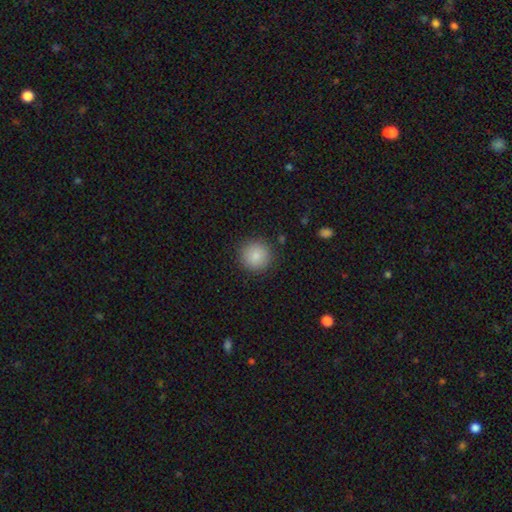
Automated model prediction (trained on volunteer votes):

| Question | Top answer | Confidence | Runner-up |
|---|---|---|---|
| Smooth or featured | smooth | 87% | star or artifact (9%) |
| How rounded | round | 95% | in between (5%) |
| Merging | none | 90% | minor disturbance (7%) |